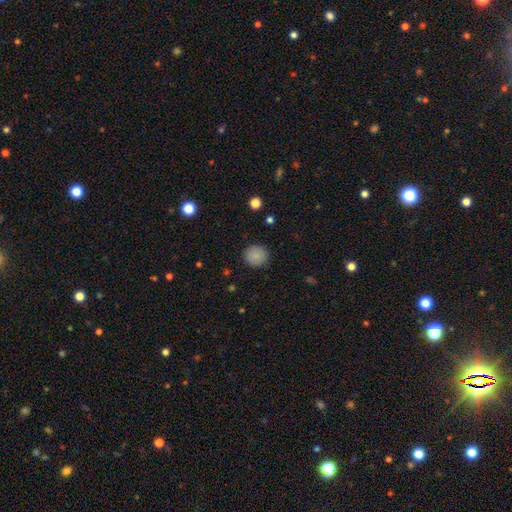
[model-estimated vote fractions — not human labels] Smooth or featured?
  - smooth: 86% *
  - star or artifact: 9%
  - featured or disk: 5%
How rounded?
  - round: 91% *
  - in between: 8%
  - cigar-shaped: 1%
Merging?
  - none: 90% *
  - minor disturbance: 7%
  - major disturbance: 2%
  - merger: 1%